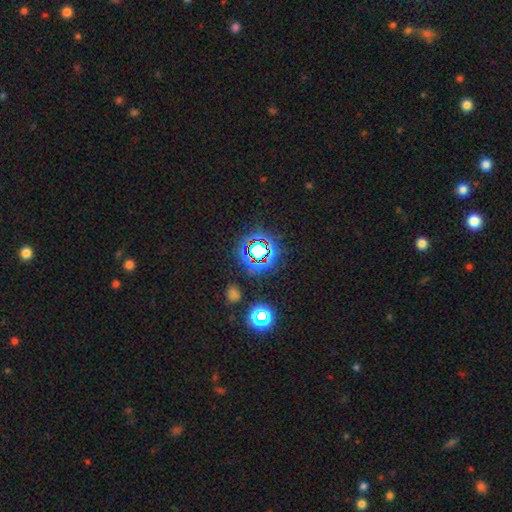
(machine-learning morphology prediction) This is likely a star or artifact rather than a galaxy (75%).